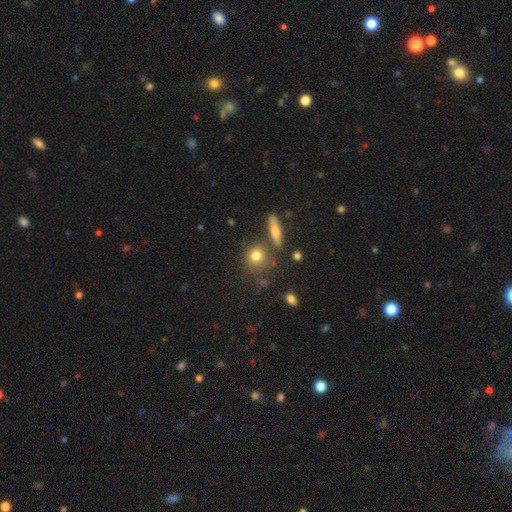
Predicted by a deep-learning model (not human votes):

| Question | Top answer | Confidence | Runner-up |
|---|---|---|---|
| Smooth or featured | smooth | 76% | featured or disk (13%) |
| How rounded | round | 81% | in between (16%) |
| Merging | none | 70% | merger (13%) |